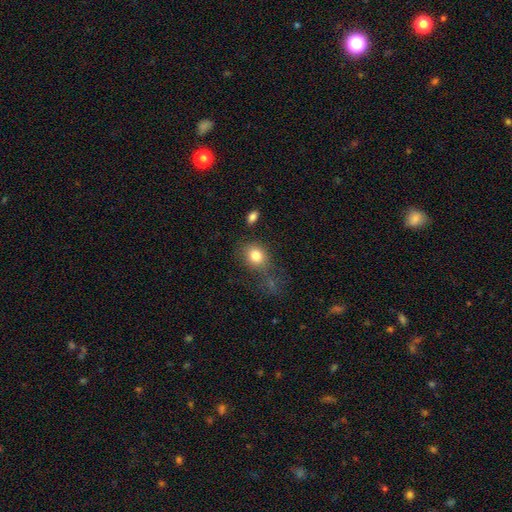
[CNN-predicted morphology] A smooth galaxy with no disk features (82%) that is round (61%).

Vote fractions:
- Smooth or featured? smooth: 82% / star or artifact: 10% / featured or disk: 8%
- How rounded? round: 61% / in between: 38% / cigar-shaped: 1%
- Merging? none: 59% / minor disturbance: 19% / major disturbance: 13% / merger: 9%